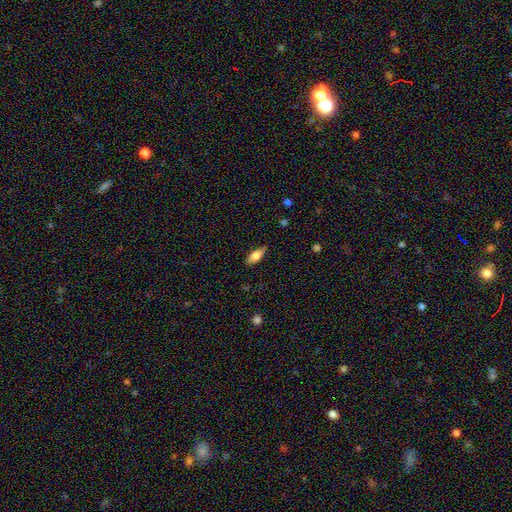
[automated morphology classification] Smooth or featured? Predicted: smooth (p=0.66). How rounded? Predicted: in between (p=0.73). Merging? Predicted: none (p=0.83).